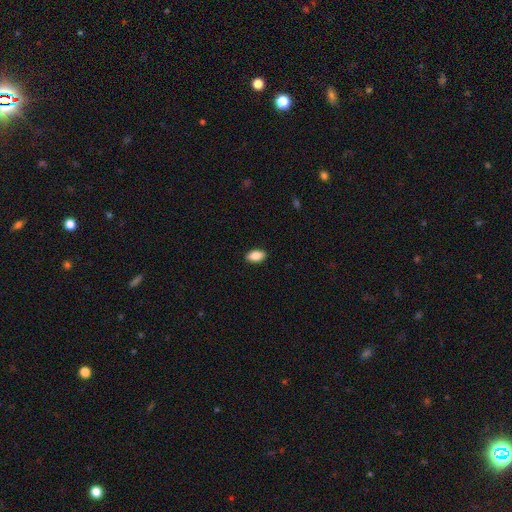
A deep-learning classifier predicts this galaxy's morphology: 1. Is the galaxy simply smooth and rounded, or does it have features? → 85% smooth, 8% featured or disk, 7% star or artifact.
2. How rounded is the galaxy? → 91% in between, 5% cigar-shaped, 4% round.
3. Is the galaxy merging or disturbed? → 89% none, 8% minor disturbance, 2% major disturbance, 1% merger.